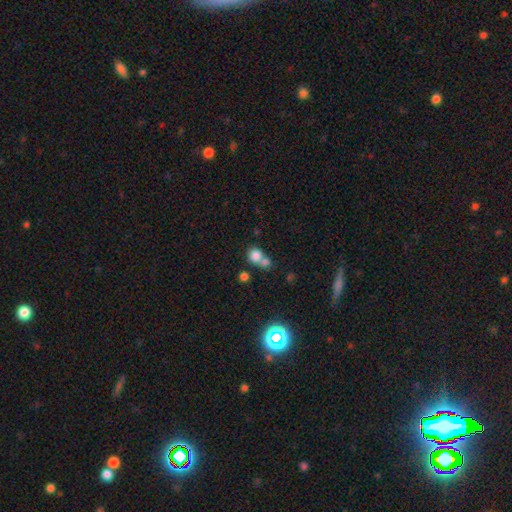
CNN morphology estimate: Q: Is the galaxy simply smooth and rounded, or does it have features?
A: smooth — 78%.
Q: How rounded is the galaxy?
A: round — 79%.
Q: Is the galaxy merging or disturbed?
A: merger — 50%.